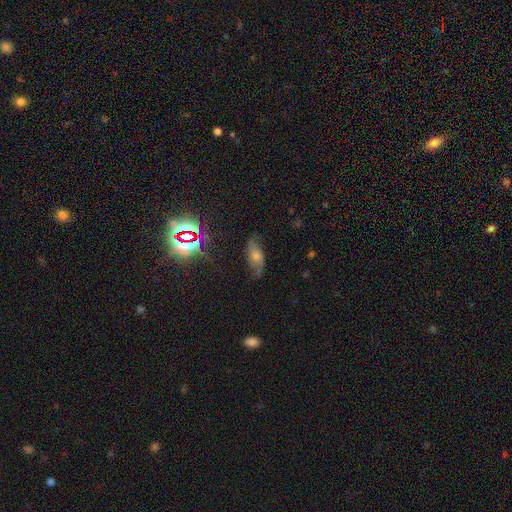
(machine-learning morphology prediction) A featured or disk galaxy (49%).

Vote fractions:
- Smooth or featured? featured or disk: 49% / smooth: 29% / star or artifact: 22%
- Merging? none: 68% / minor disturbance: 21% / major disturbance: 9% / merger: 2%